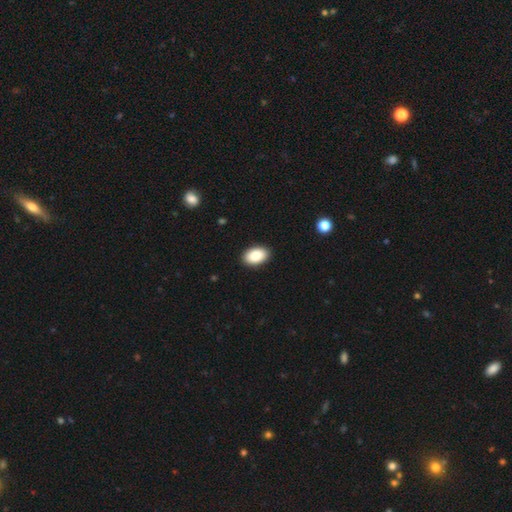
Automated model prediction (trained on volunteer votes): Smooth or featured?
  - smooth: 85% *
  - featured or disk: 8%
  - star or artifact: 7%
How rounded?
  - in between: 92% *
  - round: 7%
  - cigar-shaped: 1%
Merging?
  - none: 90% *
  - minor disturbance: 7%
  - major disturbance: 2%
  - merger: 1%